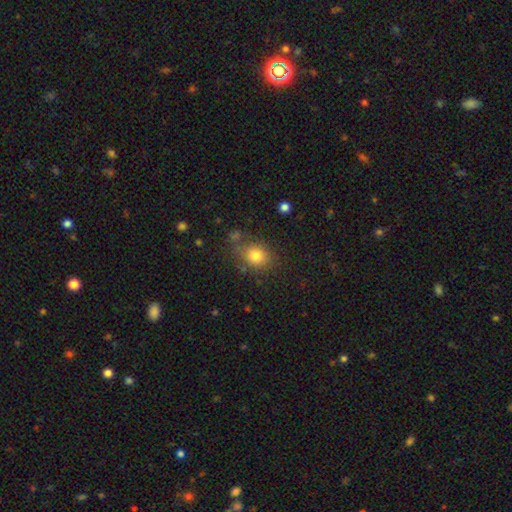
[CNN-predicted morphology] smooth-or-featured: smooth: 80% | star or artifact: 12% | featured or disk: 8%
  how-rounded: round: 60% | in between: 39% | cigar-shaped: 1%
  merging: none: 73% | minor disturbance: 16% | major disturbance: 6% | merger: 5%